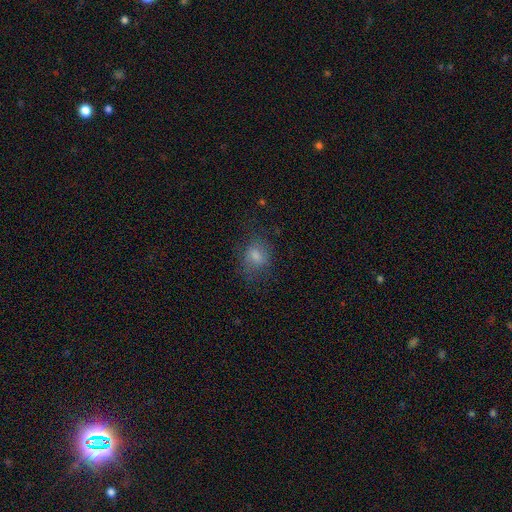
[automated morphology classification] This appears to be a smooth galaxy with no disk features (69%) that is round (50%). Merging: none (67%).